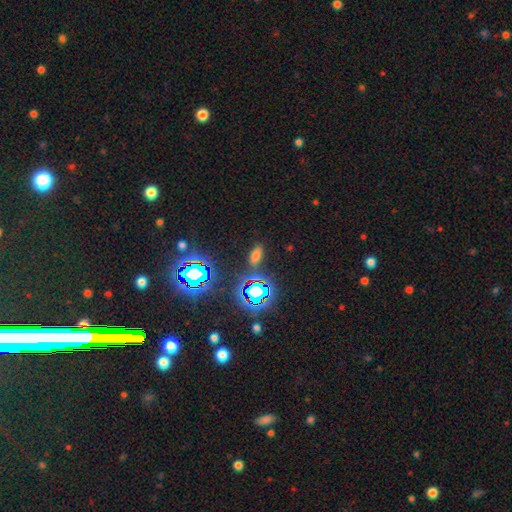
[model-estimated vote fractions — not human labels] Smooth or featured: smooth — 59% (star or artifact — 33%)
How rounded: in between — 79% (cigar-shaped — 14%)
Merging: none — 83% (minor disturbance — 10%)